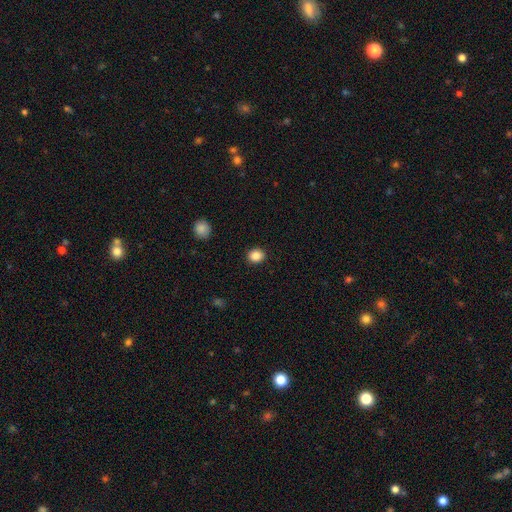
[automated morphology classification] Smooth or featured: smooth — 87% (star or artifact — 9%)
How rounded: round — 68% (in between — 31%)
Merging: none — 91% (minor disturbance — 6%)